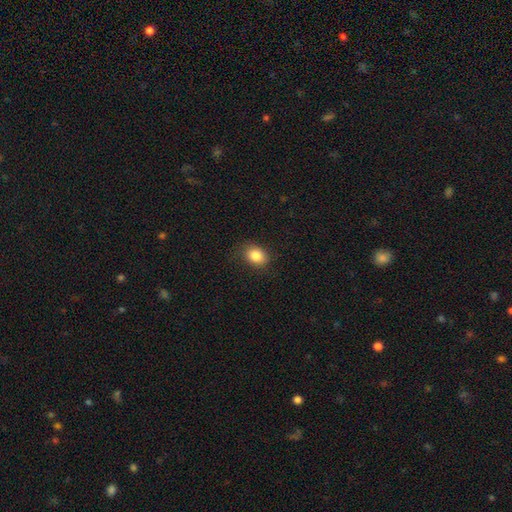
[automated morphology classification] A smooth galaxy with no disk features (84%) that is in between round and cigar-shaped (60%). Merging: none (83%).